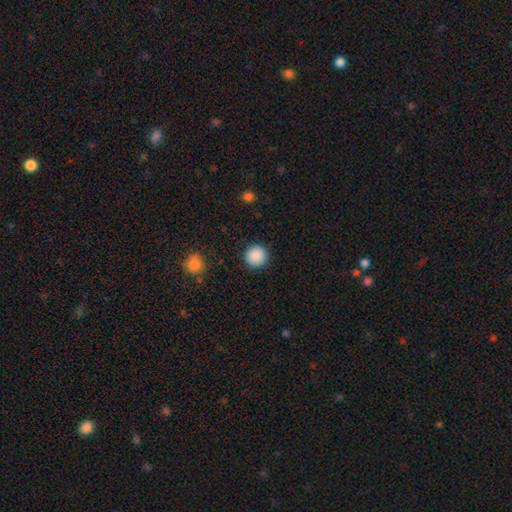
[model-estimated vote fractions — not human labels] This is clearly a smooth galaxy (89%). How rounded: clearly round (95%). Merging: clearly none (91%).